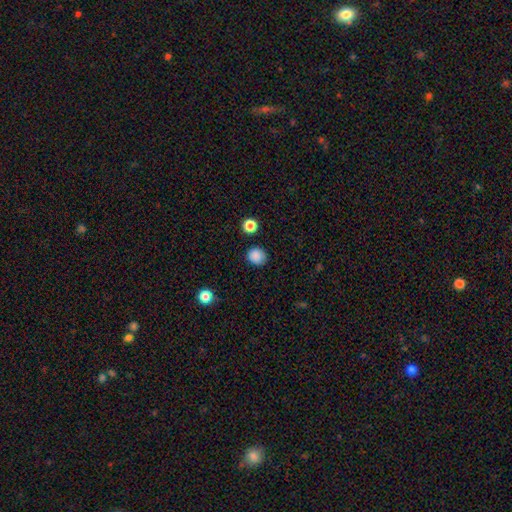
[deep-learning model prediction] smooth_or_featured: smooth (p=0.86) [alt: star or artifact p=0.11]
how_rounded: round (p=0.85) [alt: in between p=0.14]
merging: none (p=0.87) [alt: minor disturbance p=0.08]